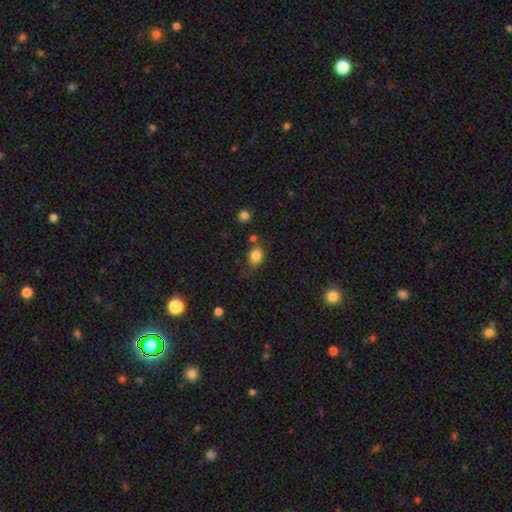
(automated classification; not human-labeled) Morphology: type=smooth (83%); roundness=in between (58%); merging=none (66%).